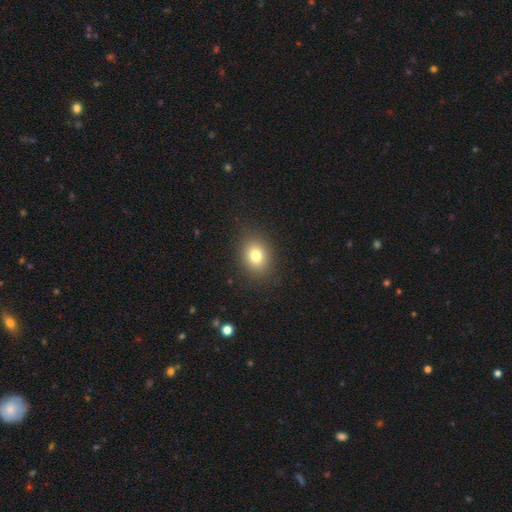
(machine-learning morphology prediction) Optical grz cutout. It shows a smooth galaxy with no disk features (79%) that is in between round and cigar-shaped (55%). Merging: none (87%).